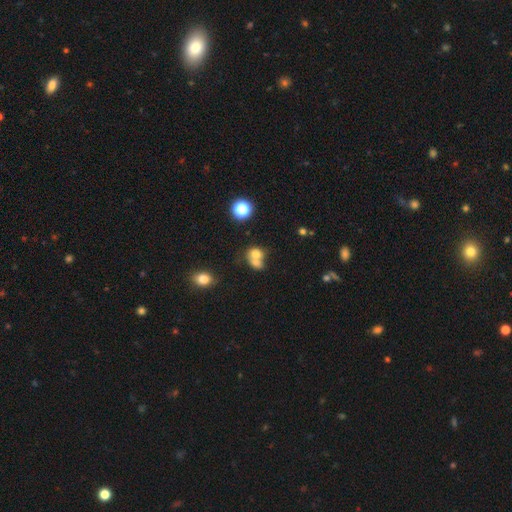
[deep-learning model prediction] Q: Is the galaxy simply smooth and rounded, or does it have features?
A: smooth — 71%.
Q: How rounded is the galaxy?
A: round — 60%.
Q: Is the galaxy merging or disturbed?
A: merger — 65%.